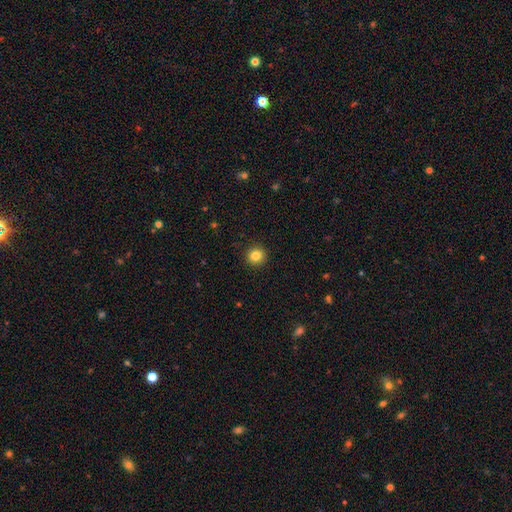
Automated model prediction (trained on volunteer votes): Q: Smooth or featured?
A: smooth (83%); runner-up: star or artifact (11%)
Q: How rounded?
A: round (93%); runner-up: in between (6%)
Q: Merging?
A: none (93%); runner-up: minor disturbance (5%)